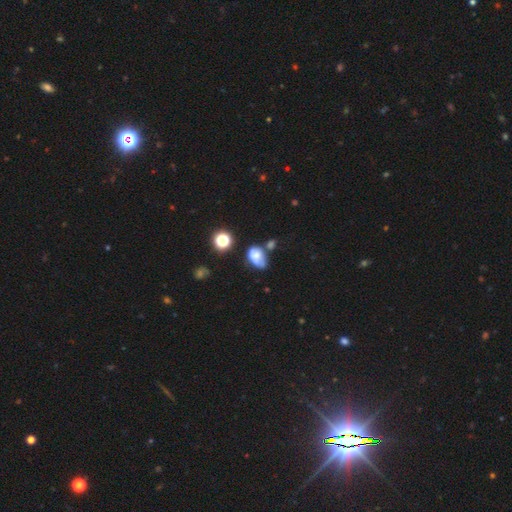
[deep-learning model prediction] Smooth or featured? Predicted: smooth (p=0.59). How rounded? Predicted: in between (p=0.76). Merging? Predicted: none (p=0.30).